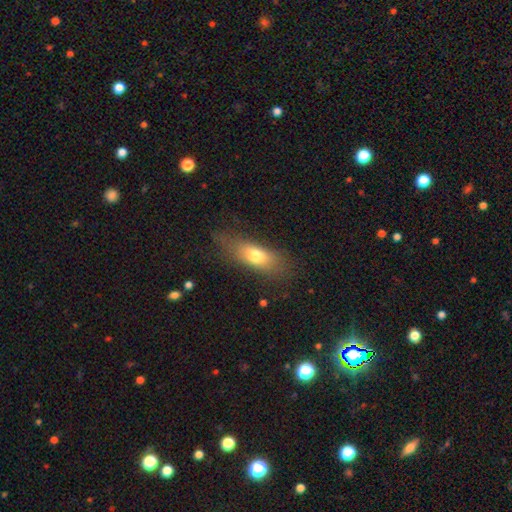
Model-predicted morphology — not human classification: Q: Smooth or featured?
A: smooth (70%); runner-up: featured or disk (21%)
Q: How rounded?
A: in between (69%); runner-up: cigar-shaped (25%)
Q: Merging?
A: none (63%); runner-up: minor disturbance (22%)